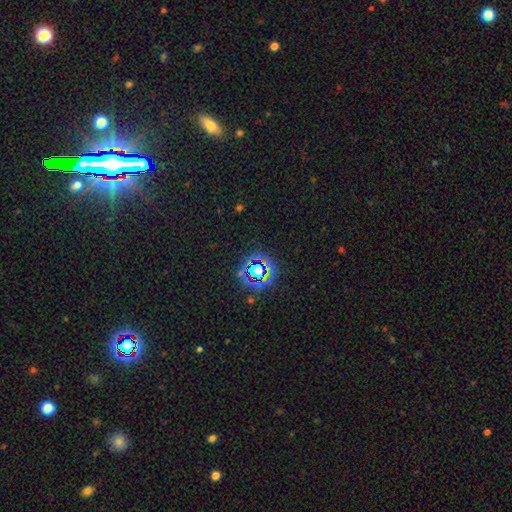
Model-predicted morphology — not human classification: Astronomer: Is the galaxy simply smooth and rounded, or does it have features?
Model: star or artifact — 77%.